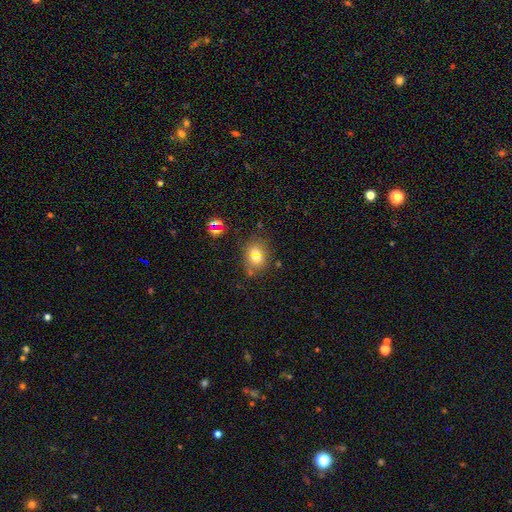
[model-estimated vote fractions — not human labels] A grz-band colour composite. It shows a smooth galaxy with no disk features (69%) that is round (53%). Merging: none (60%).